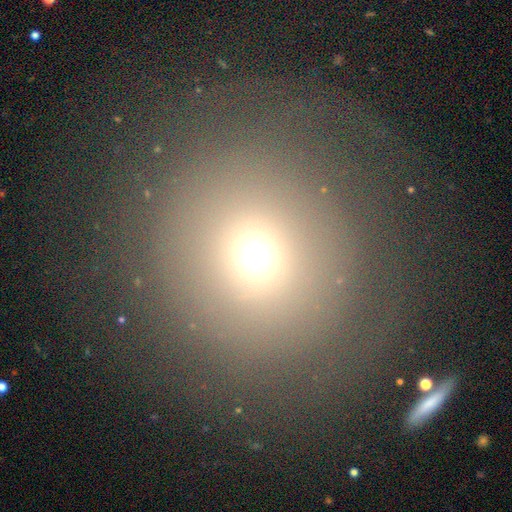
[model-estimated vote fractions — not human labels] Q: Smooth or featured?
A: smooth (66%); runner-up: star or artifact (20%)
Q: How rounded?
A: round (92%); runner-up: in between (7%)
Q: Merging?
A: none (69%); runner-up: major disturbance (16%)